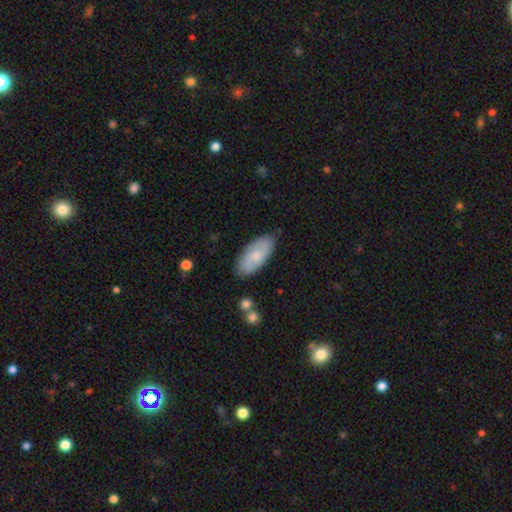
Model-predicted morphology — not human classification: Smooth or featured? Predicted: smooth (p=0.68). How rounded? Predicted: in between (p=0.88). Merging? Predicted: none (p=0.83).